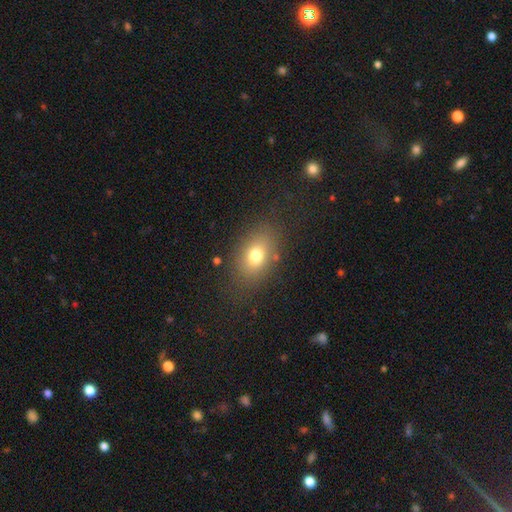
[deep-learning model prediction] Q: Smooth or featured?
A: smooth (74%); runner-up: featured or disk (13%)
Q: How rounded?
A: in between (74%); runner-up: round (24%)
Q: Merging?
A: none (79%); runner-up: minor disturbance (12%)